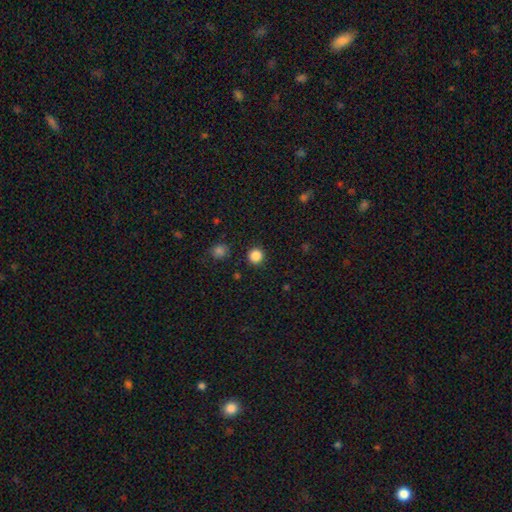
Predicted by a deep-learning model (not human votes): Q: Smooth or featured?
A: smooth (86%); runner-up: star or artifact (12%)
Q: How rounded?
A: round (94%); runner-up: in between (5%)
Q: Merging?
A: none (91%); runner-up: minor disturbance (5%)